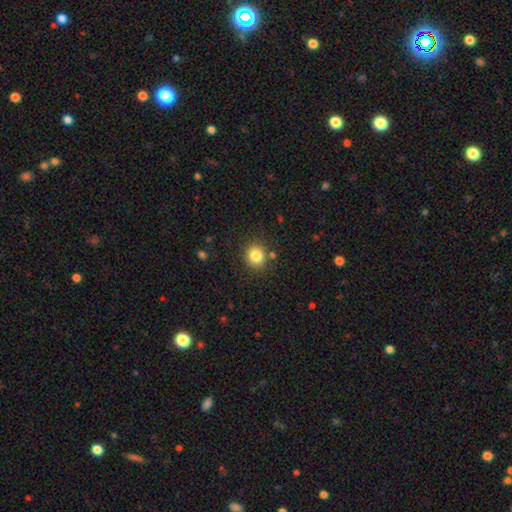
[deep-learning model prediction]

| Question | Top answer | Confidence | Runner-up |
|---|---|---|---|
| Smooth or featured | smooth | 83% | star or artifact (11%) |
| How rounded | round | 86% | in between (13%) |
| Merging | none | 84% | minor disturbance (9%) |